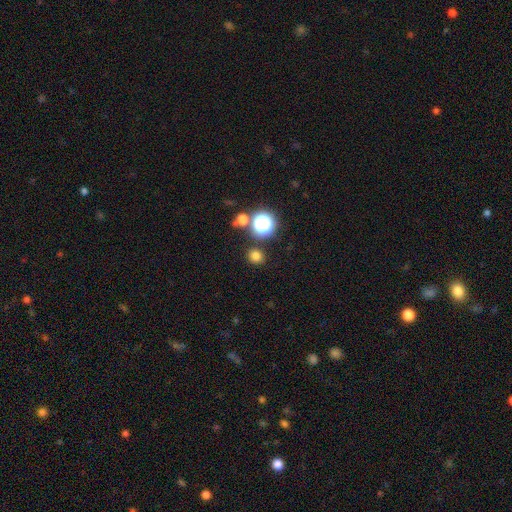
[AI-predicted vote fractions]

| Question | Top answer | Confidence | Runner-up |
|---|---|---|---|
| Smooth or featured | smooth | 74% | star or artifact (20%) |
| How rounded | round | 86% | in between (13%) |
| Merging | none | 86% | minor disturbance (7%) |